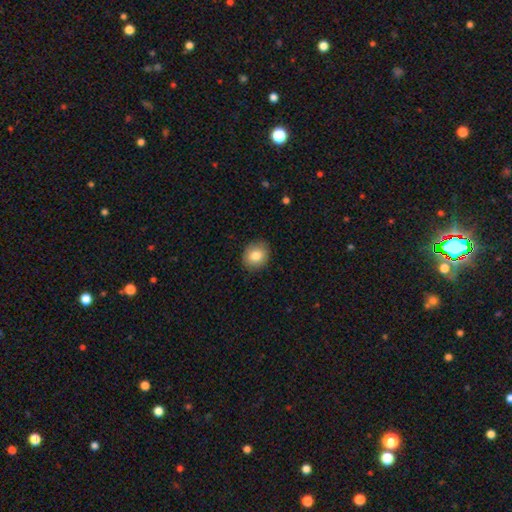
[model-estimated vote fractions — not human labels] Smooth or featured? Predicted: smooth (p=0.81). How rounded? Predicted: round (p=0.71). Merging? Predicted: none (p=0.88).